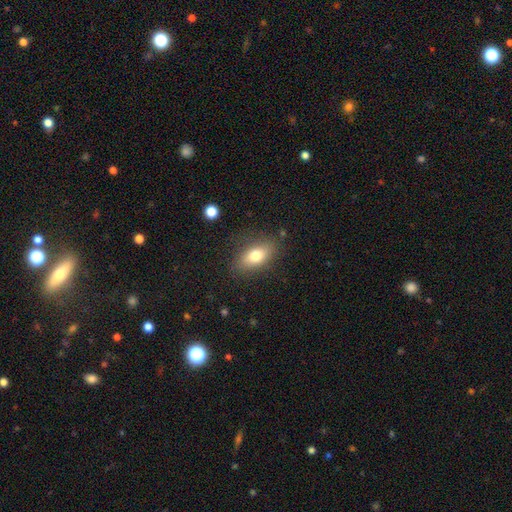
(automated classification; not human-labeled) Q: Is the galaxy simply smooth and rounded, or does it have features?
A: smooth — 75%.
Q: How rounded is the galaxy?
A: in between — 84%.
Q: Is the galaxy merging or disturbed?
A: none — 82%.